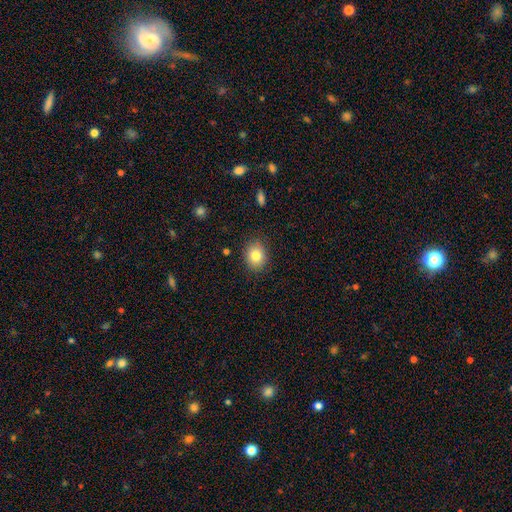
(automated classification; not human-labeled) Smooth or featured: smooth — 81% (star or artifact — 10%)
How rounded: round — 66% (in between — 33%)
Merging: none — 87% (minor disturbance — 9%)